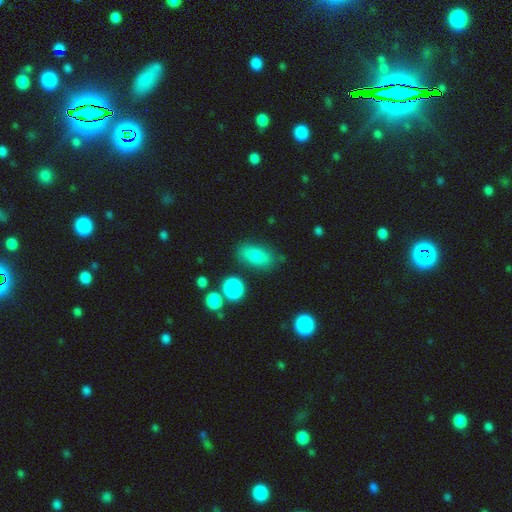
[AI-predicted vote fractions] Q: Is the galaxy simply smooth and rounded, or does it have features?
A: smooth — 78%.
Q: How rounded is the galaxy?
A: in between — 82%.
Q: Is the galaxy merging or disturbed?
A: none — 79%.